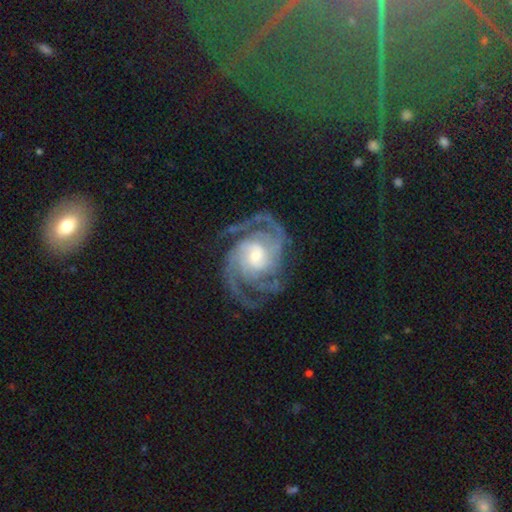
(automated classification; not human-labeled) Overall: featured or disk (93%). Edge-on disk: no (98%). Bar: no (55%; weak 34%). Spiral arms: yes (98%). Spiral arm count: 2 (42%; 3 26%). Spiral winding: tight (48%; medium 43%). Bulge size: moderate (47%; small 43%). Merging: none (72%).